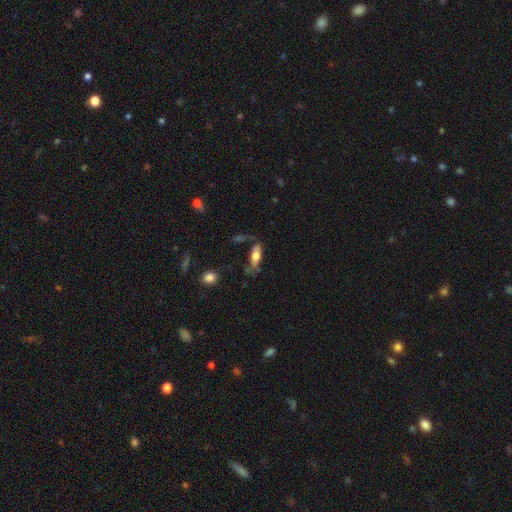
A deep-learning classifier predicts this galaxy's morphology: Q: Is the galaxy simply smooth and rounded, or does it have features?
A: smooth — 65%.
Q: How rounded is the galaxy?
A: in between — 70%.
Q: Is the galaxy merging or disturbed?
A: none — 53%.